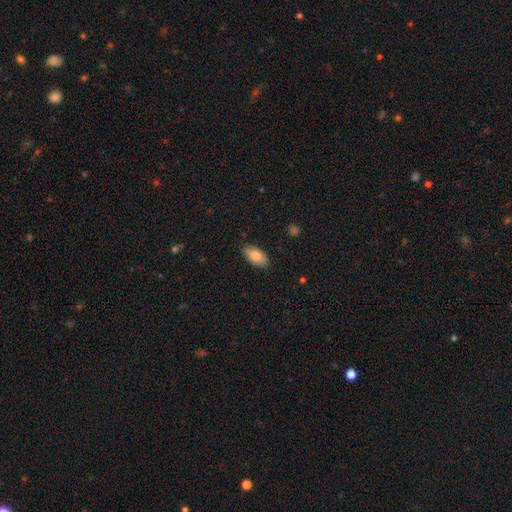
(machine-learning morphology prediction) A smooth galaxy with no disk features (85%) that is in between round and cigar-shaped (93%).

Vote fractions:
- Smooth or featured? smooth: 85% / featured or disk: 8% / star or artifact: 7%
- How rounded? in between: 93% / cigar-shaped: 4% / round: 3%
- Merging? none: 87% / minor disturbance: 10% / major disturbance: 2% / merger: 1%